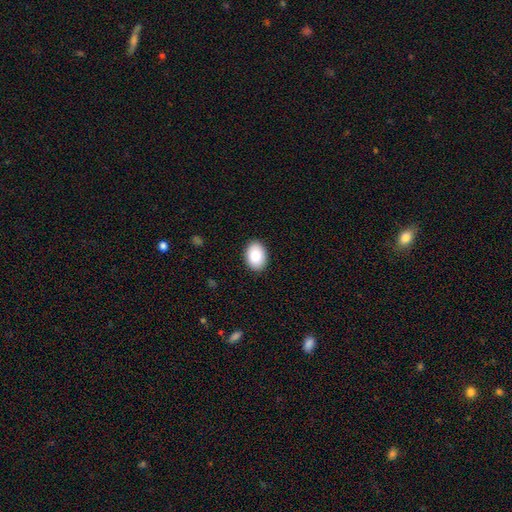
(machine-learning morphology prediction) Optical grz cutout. It shows a smooth galaxy with no disk features (86%) that is in between round and cigar-shaped (81%). Merging: none (90%).